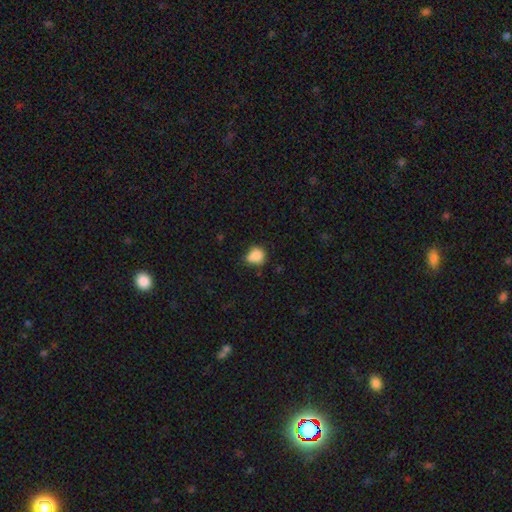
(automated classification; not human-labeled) Smooth or featured: smooth — 83% (star or artifact — 10%)
How rounded: round — 74% (in between — 25%)
Merging: none — 55% (minor disturbance — 29%)